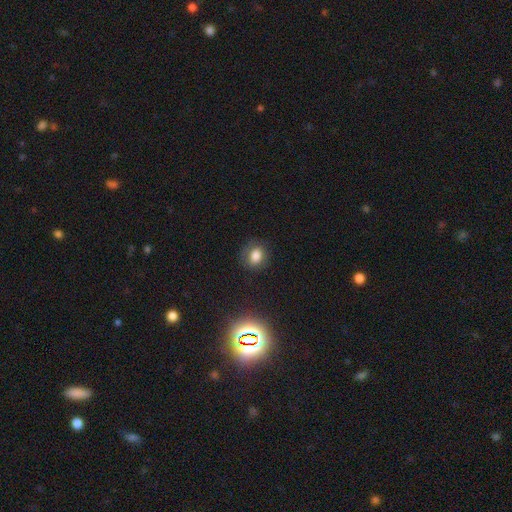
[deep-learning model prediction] smooth 77%, star or artifact 13%, featured or disk 10%. Down the decision tree: how rounded — round (50%); merging — none (78%).